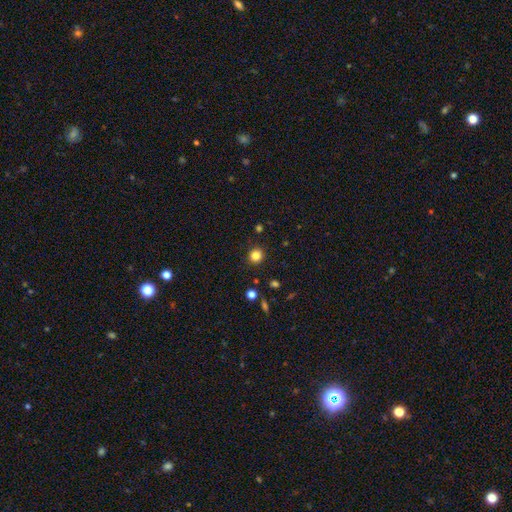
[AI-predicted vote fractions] Overall: smooth (83%). How rounded: round (88%). Merging: none (90%).